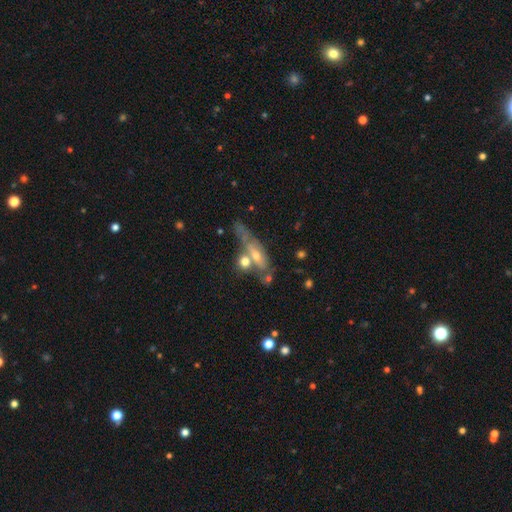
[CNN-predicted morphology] This is possibly a featured or disk galaxy (56%). It is possibly viewed edge-on (54%). Merging: marginally none (38%).